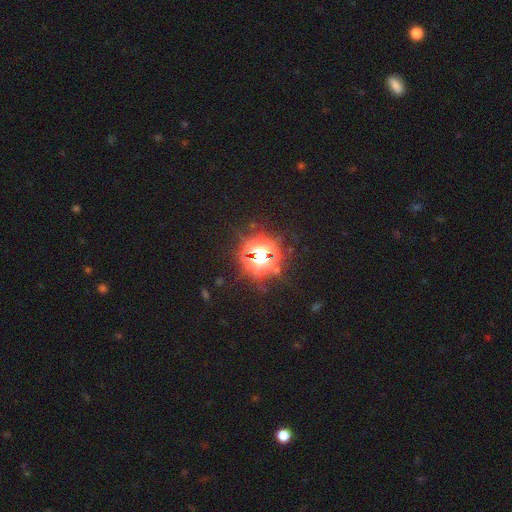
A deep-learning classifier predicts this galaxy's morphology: This appears to be a star or artifact, not a galaxy (64%).